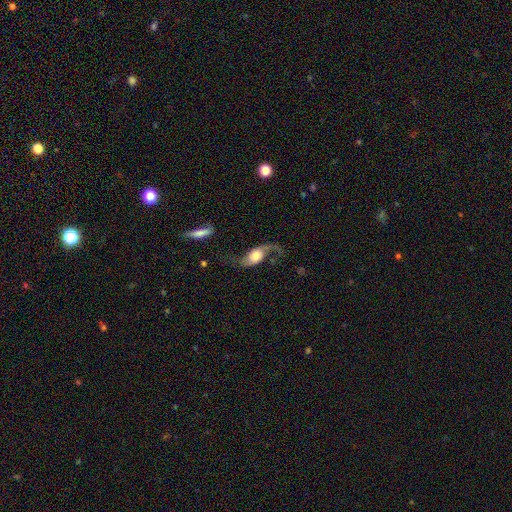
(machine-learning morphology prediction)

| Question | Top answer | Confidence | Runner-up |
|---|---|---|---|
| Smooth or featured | featured or disk | 72% | smooth (21%) |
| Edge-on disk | no | 91% | yes (9%) |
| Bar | no | 65% | weak (26%) |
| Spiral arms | yes | 91% | no (9%) |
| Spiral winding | loose | 88% | medium (9%) |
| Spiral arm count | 2 | 81% | 1 (15%) |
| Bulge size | moderate | 40% | large (36%) |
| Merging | none | 48% | major disturbance (28%) |